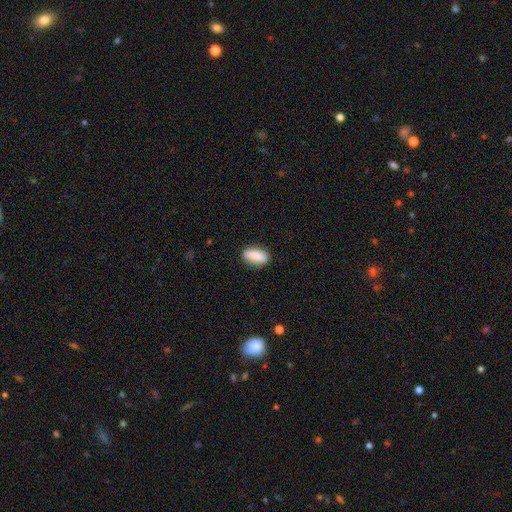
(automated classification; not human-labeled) smooth 85%, featured or disk 9%, star or artifact 7%. Down the decision tree: how rounded — in between (84%); merging — none (85%).